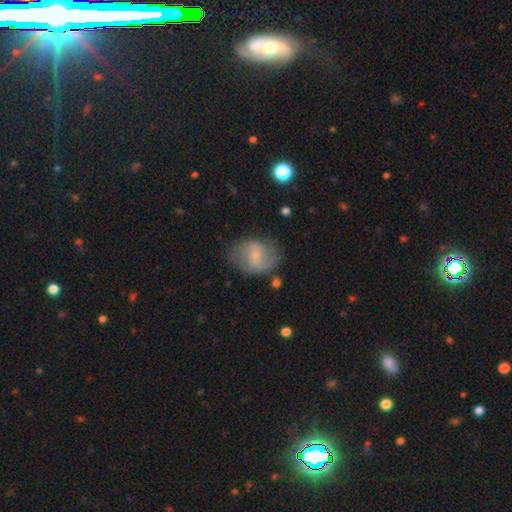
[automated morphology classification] Q: Smooth or featured?
A: featured or disk (58%); runner-up: smooth (35%)
Q: Edge-on disk?
A: no (97%); runner-up: yes (3%)
Q: Bar?
A: weak (53%); runner-up: no (31%)
Q: Spiral arms?
A: yes (82%); runner-up: no (18%)
Q: Bulge size?
A: small (65%); runner-up: moderate (24%)
Q: Merging?
A: none (66%); runner-up: minor disturbance (22%)